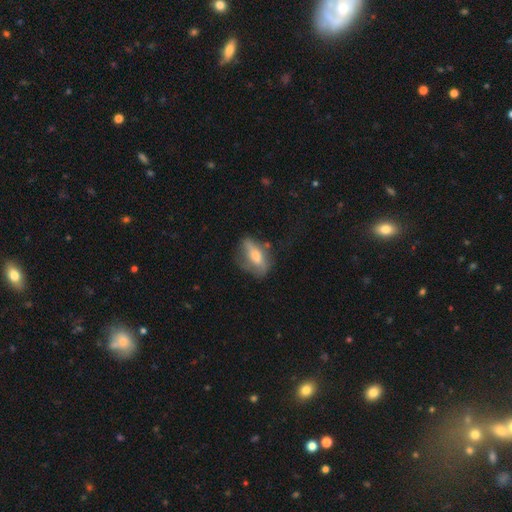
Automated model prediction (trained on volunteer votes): smooth 48%, featured or disk 45%, star or artifact 8%. Down the decision tree: merging — none (57%).